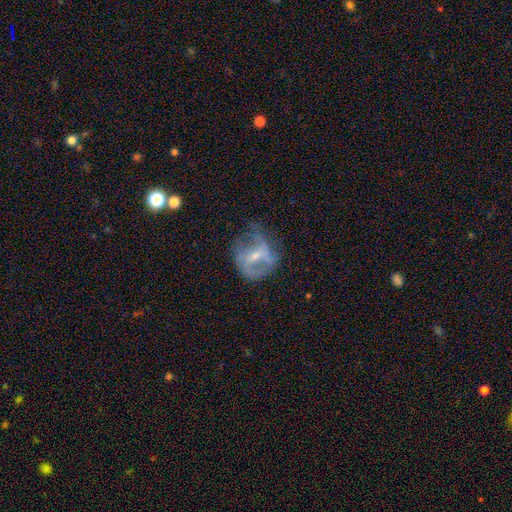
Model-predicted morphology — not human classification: This appears to be a featured or disk galaxy (69%) with a weak bar (43%), spiral arms (62%) and a small central bulge (56%). Merging: none (42%).